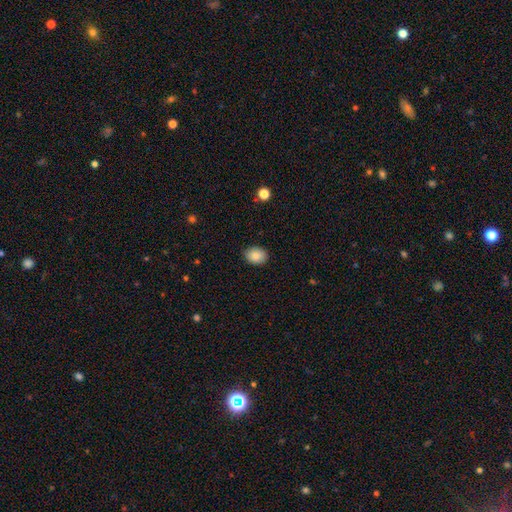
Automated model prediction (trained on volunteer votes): Smooth or featured? smooth (85%)
How rounded? in between (65%)
Merging? none (87%)